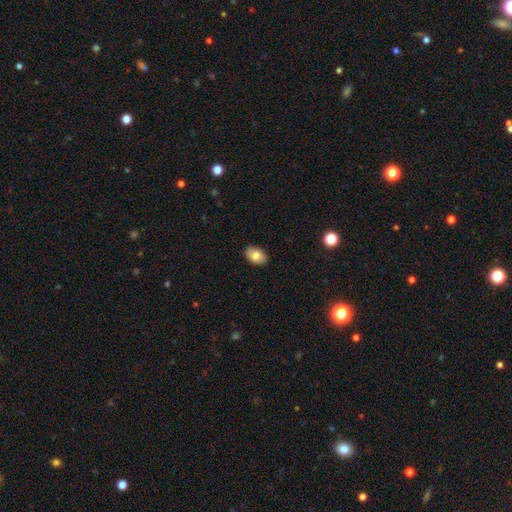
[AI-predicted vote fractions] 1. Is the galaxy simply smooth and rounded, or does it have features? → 82% smooth, 11% featured or disk, 7% star or artifact.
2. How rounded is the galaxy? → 89% in between, 10% round, 1% cigar-shaped.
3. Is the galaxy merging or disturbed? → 89% none, 8% minor disturbance, 2% major disturbance, 1% merger.